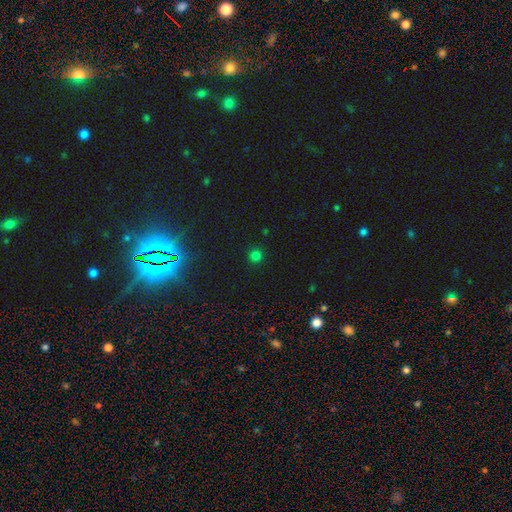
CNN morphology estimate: This is likely a smooth galaxy (76%). How rounded: clearly round (95%). Merging: clearly none (92%).